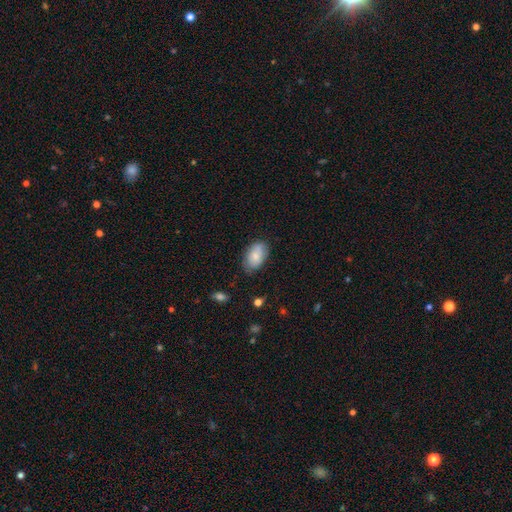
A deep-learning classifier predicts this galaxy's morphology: A smooth galaxy with no disk features (76%) that is in between round and cigar-shaped (92%). Merging: none (71%).